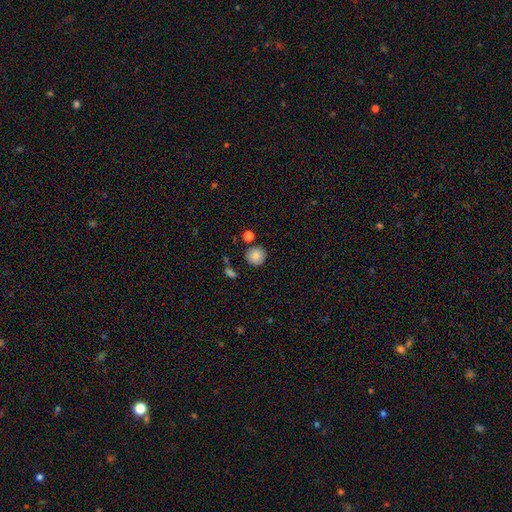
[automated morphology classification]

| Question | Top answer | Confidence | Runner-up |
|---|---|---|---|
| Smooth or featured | smooth | 84% | star or artifact (9%) |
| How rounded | round | 93% | in between (6%) |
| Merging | none | 83% | minor disturbance (9%) |